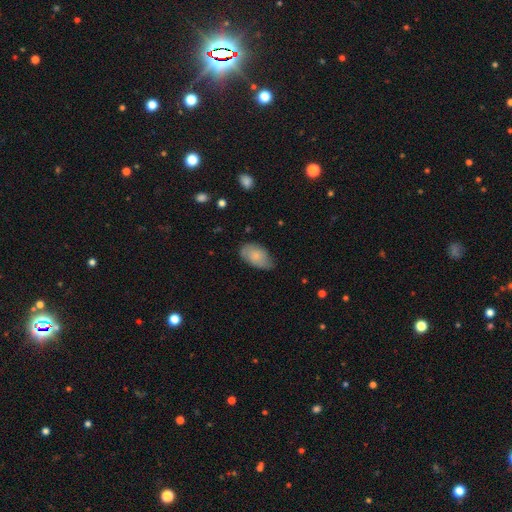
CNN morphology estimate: This is likely a smooth galaxy (74%). How rounded: clearly in between (93%). Merging: possibly none (60%).